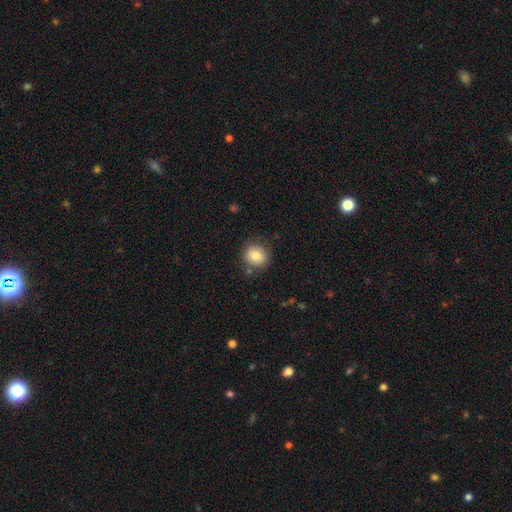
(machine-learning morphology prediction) Smooth or featured: smooth — 79% (featured or disk — 11%)
How rounded: round — 88% (in between — 11%)
Merging: none — 83% (minor disturbance — 11%)